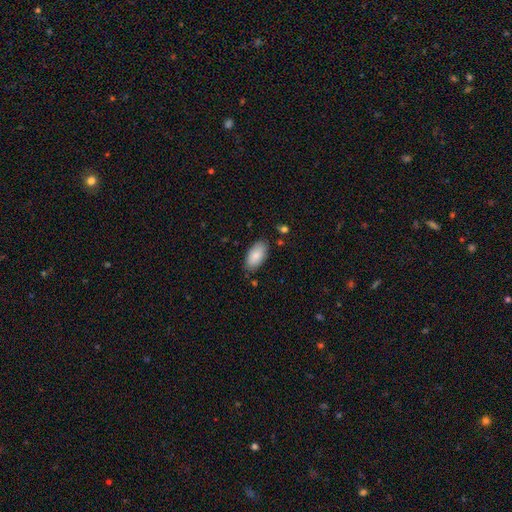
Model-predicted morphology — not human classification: Overall: smooth (86%). How rounded: in between (94%). Merging: none (83%).